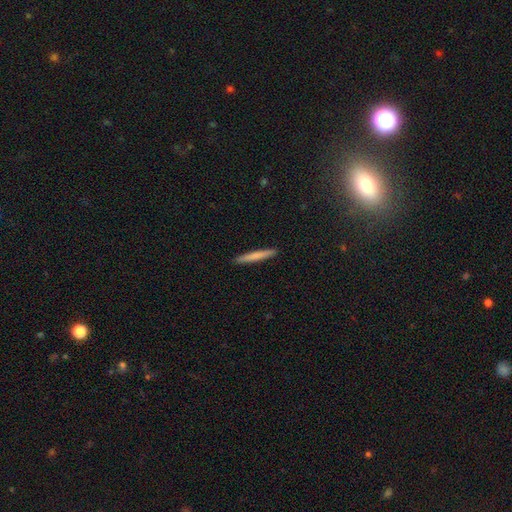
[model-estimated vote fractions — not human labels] The model was most divided on "smooth or featured": smooth: 71%, featured or disk: 23%, star or artifact: 5%. More confident: how rounded — cigar-shaped (96%); merging — none (92%).